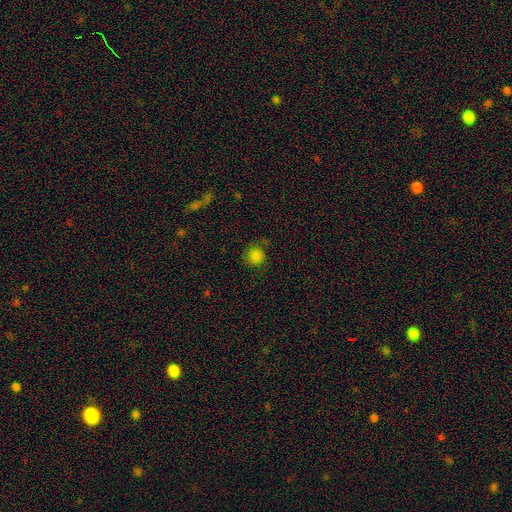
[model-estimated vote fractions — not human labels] A smooth galaxy with no disk features (81%) that is round (92%).

Vote fractions:
- Smooth or featured? smooth: 81% / star or artifact: 15% / featured or disk: 4%
- How rounded? round: 92% / in between: 7% / cigar-shaped: 1%
- Merging? none: 81% / minor disturbance: 13% / major disturbance: 4% / merger: 2%